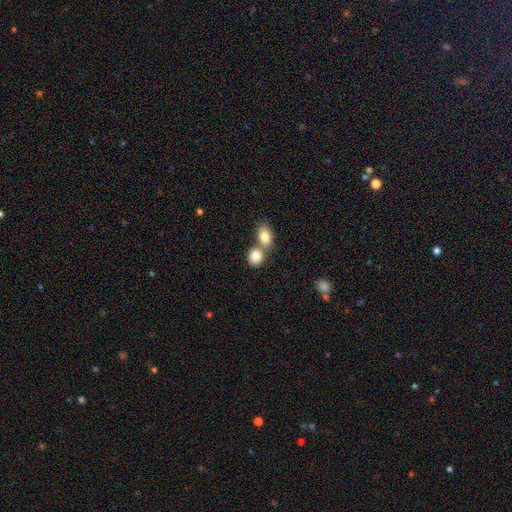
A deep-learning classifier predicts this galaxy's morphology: smooth-or-featured: smooth: 84% | star or artifact: 8% | featured or disk: 8%
  how-rounded: round: 63% | in between: 36% | cigar-shaped: 1%
  merging: merger: 52% | none: 38% | minor disturbance: 7% | major disturbance: 3%